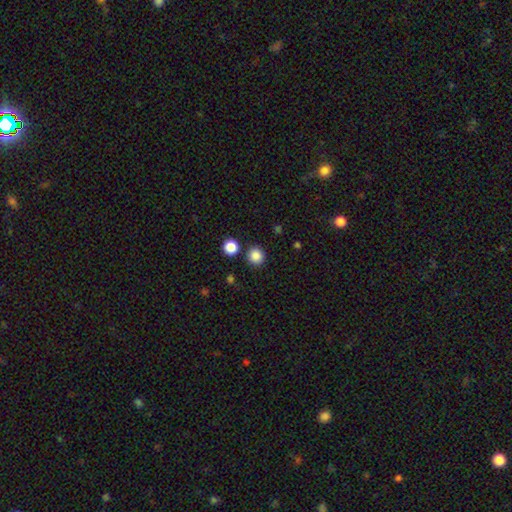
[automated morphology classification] The model was most divided on "smooth or featured": smooth: 85%, star or artifact: 11%, featured or disk: 3%. More confident: how rounded — round (92%); merging — none (88%).